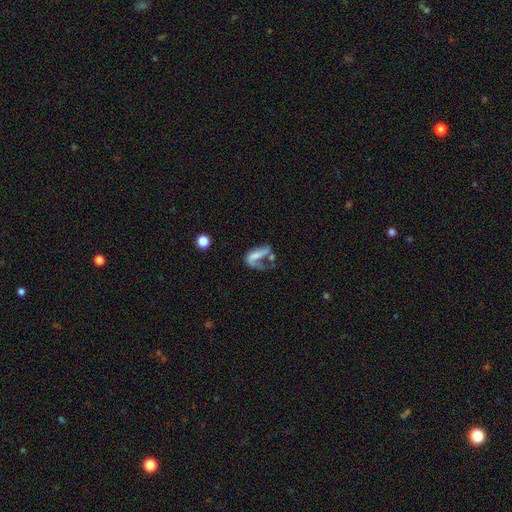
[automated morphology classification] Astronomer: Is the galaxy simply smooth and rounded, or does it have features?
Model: featured or disk — 52% (runner-up: smooth, 38%).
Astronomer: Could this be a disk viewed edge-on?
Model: no — 89%.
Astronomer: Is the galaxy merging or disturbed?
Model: major disturbance — 44% (runner-up: none, 22%).